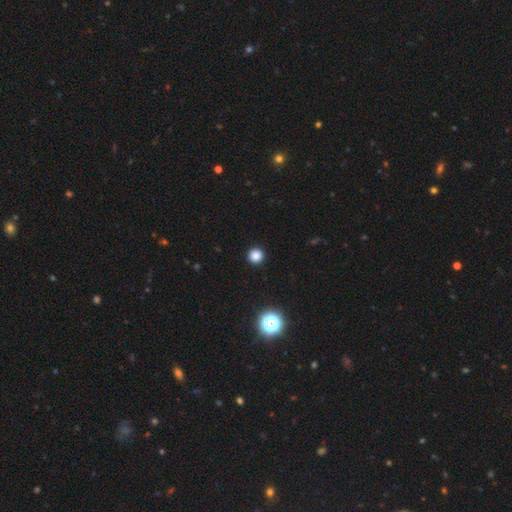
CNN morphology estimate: smooth-or-featured: smooth: 83% | star or artifact: 14% | featured or disk: 3%
  how-rounded: round: 96% | in between: 3% | cigar-shaped: 1%
  merging: none: 94% | minor disturbance: 4% | major disturbance: 2% | merger: 1%